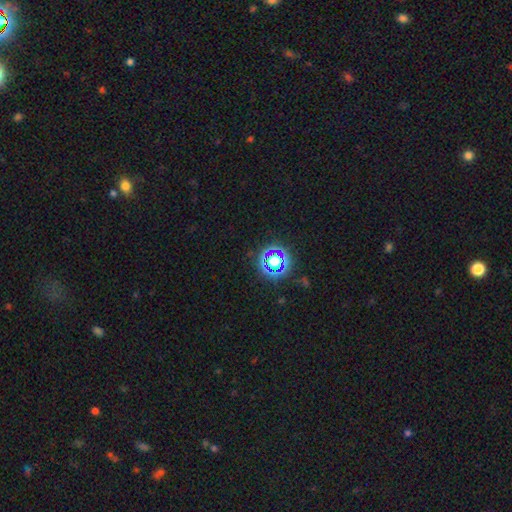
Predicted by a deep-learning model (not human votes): smooth-or-featured: star or artifact: 78% | smooth: 16% | featured or disk: 6%